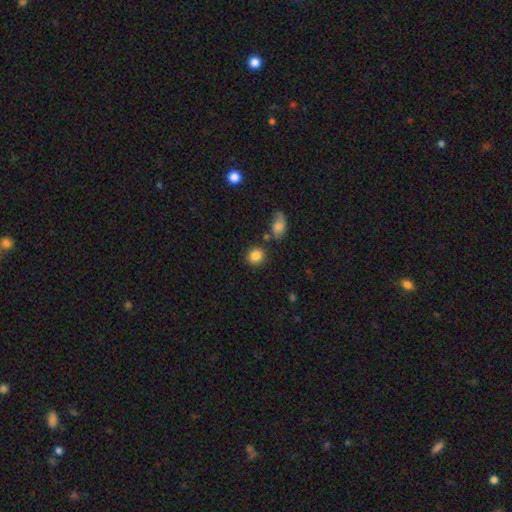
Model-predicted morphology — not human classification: type=smooth (85%); roundness=round (75%); merging=none (80%).